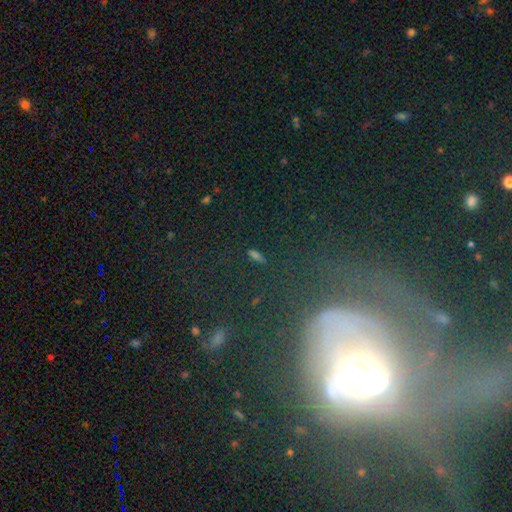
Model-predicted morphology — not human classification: smooth-or-featured: smooth: 40% | star or artifact: 39% | featured or disk: 21%
  merging: none: 77% | minor disturbance: 11% | major disturbance: 6% | merger: 6%